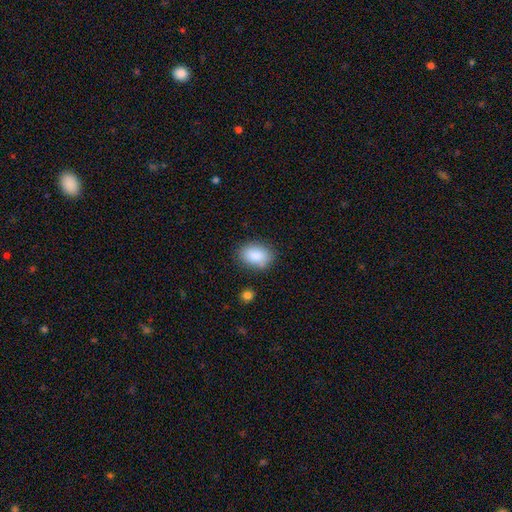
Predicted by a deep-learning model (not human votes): Morphology: type=smooth (88%); roundness=in between (84%); merging=none (80%).